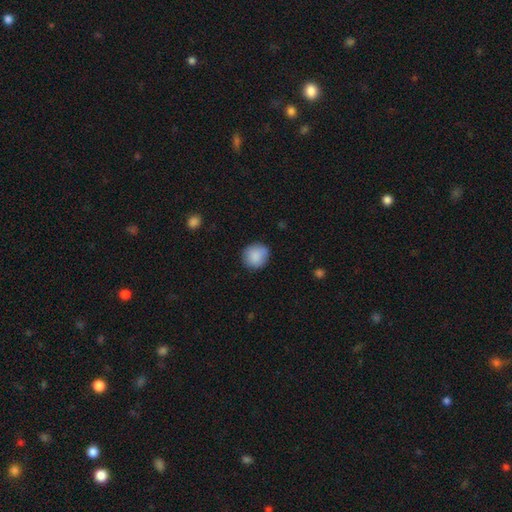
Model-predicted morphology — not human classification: Smooth or featured?
  - smooth: 88% *
  - star or artifact: 7%
  - featured or disk: 5%
How rounded?
  - round: 90% *
  - in between: 10%
  - cigar-shaped: 1%
Merging?
  - none: 83% *
  - minor disturbance: 13%
  - major disturbance: 3%
  - merger: 1%